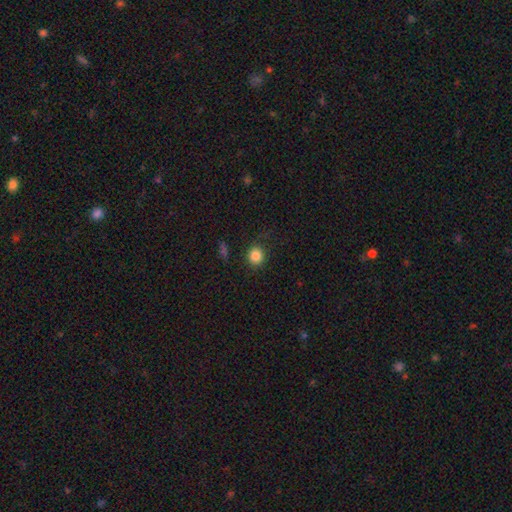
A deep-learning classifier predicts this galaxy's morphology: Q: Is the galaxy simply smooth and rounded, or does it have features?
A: smooth — 84%.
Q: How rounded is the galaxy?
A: round — 86%.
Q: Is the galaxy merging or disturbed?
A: none — 85%.